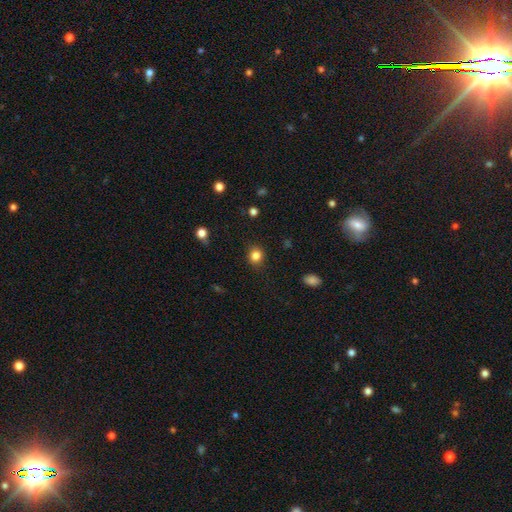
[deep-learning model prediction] Smooth or featured? smooth (84%)
How rounded? round (77%)
Merging? none (87%)